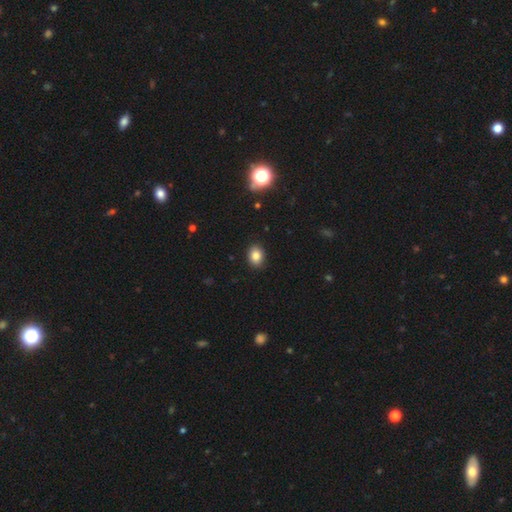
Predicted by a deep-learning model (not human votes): Smooth or featured: smooth — 83% (star or artifact — 11%)
How rounded: in between — 60% (round — 39%)
Merging: none — 89% (minor disturbance — 8%)